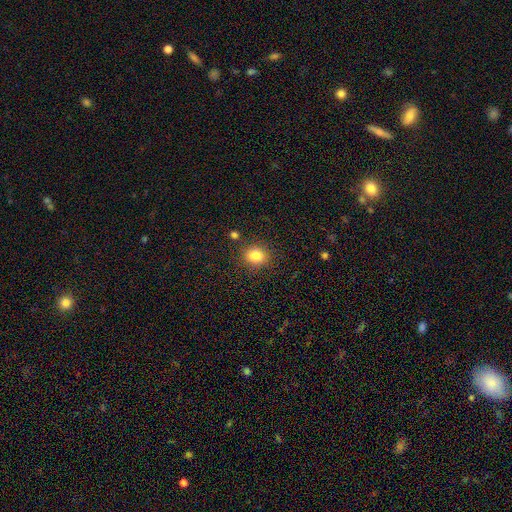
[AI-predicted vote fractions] smooth 83%, star or artifact 12%, featured or disk 6%. Down the decision tree: how rounded — round (78%); merging — none (86%).